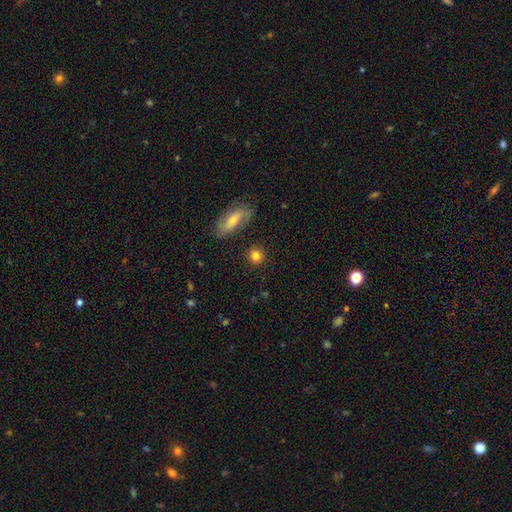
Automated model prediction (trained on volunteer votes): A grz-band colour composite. It shows a smooth galaxy with no disk features (83%) that is round (88%). Merging: none (88%).